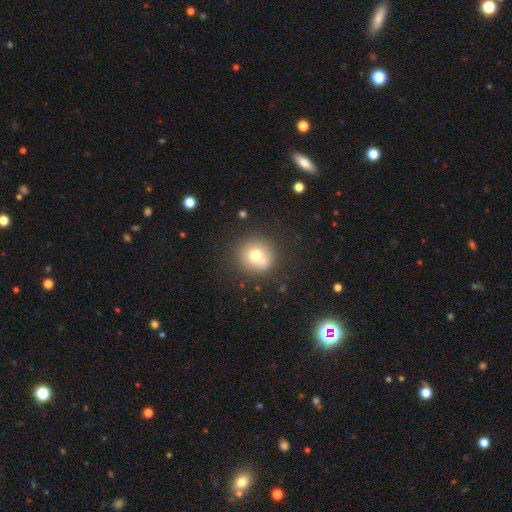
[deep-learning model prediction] This is likely a smooth galaxy (71%). How rounded: clearly round (93%). Merging: clearly none (80%).